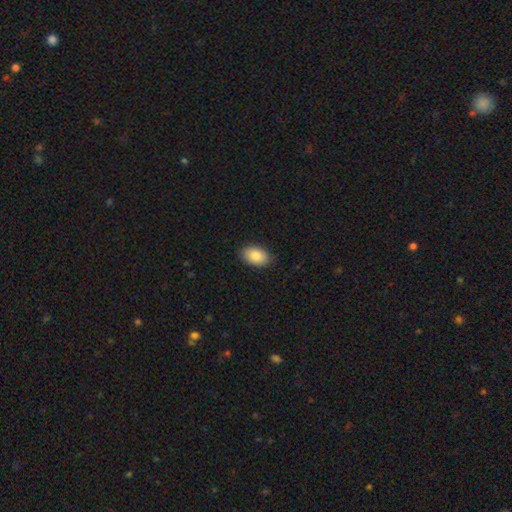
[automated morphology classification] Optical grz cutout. It shows a smooth galaxy with no disk features (86%) that is in between round and cigar-shaped (91%). Merging: none (88%).